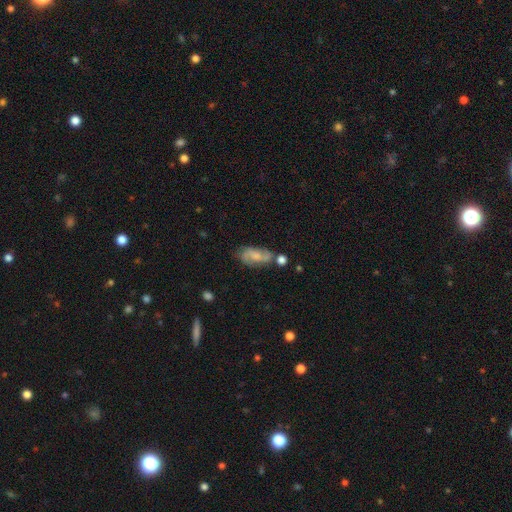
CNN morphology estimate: Overall: featured or disk (54%; smooth 38%). Edge-on disk: no (92%). Bar: no (52%; weak 39%). Spiral arms: yes (87%). Bulge size: small (39%; moderate 38%). Merging: none (59%; minor disturbance 21%).